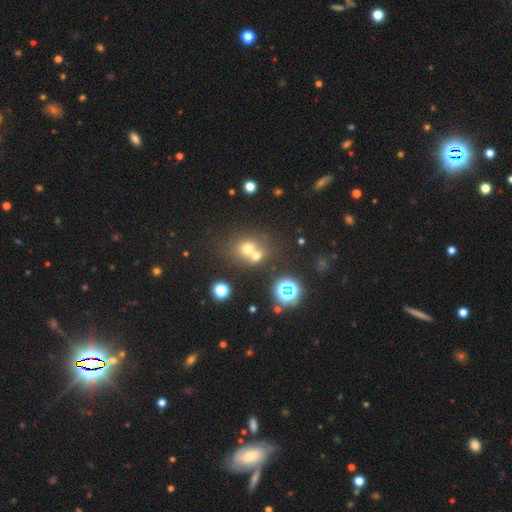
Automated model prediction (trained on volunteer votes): Smooth or featured? smooth (62%)
How rounded? round (76%)
Merging? merger (51%)